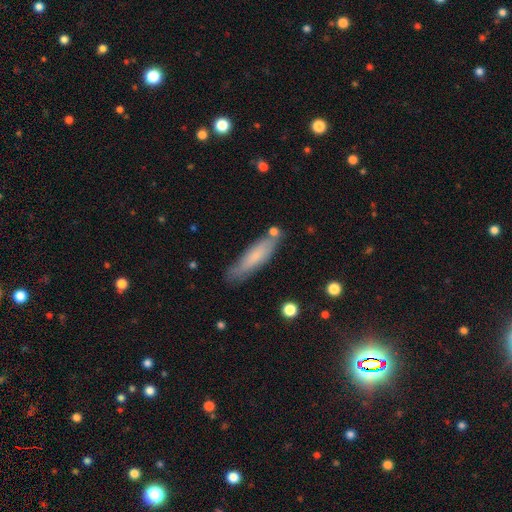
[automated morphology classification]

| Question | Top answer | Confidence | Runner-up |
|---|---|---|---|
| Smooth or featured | smooth | 71% | featured or disk (23%) |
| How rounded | cigar-shaped | 72% | in between (27%) |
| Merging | none | 73% | minor disturbance (18%) |